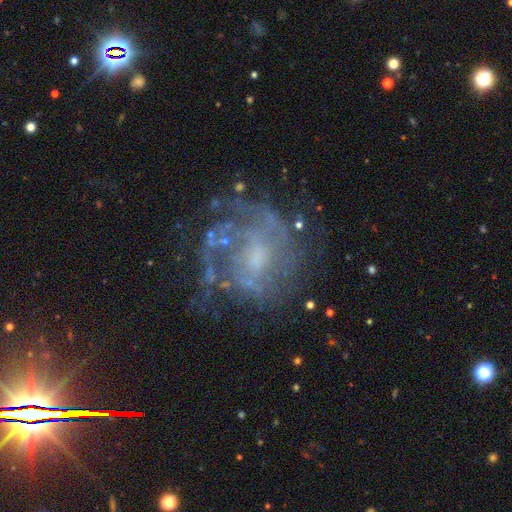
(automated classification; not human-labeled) Overall: featured or disk (77%). Edge-on disk: no (97%). Bar: no (55%; weak 37%). Spiral arms: yes (79%). Spiral arm count: can't tell (47%; 2 19%). Spiral winding: tight (44%; medium 39%). Bulge size: small (42%; moderate 36%). Merging: none (60%).